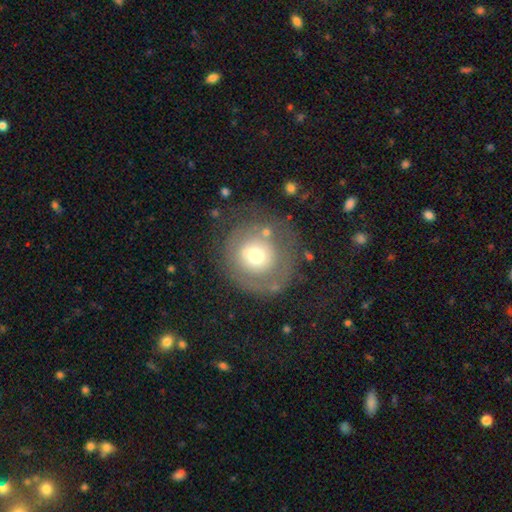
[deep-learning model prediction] Overall: smooth (50%; featured or disk 41%). Merging: none (64%).